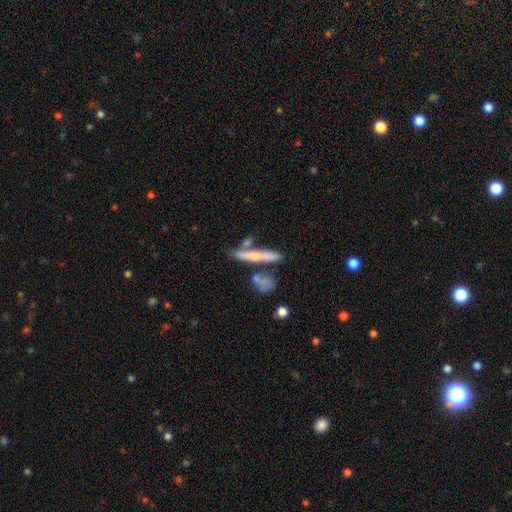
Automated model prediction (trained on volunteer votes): A smooth galaxy with no disk features (51%) that is cigar-shaped (89%).

Vote fractions:
- Smooth or featured? smooth: 51% / featured or disk: 41% / star or artifact: 8%
- How rounded? cigar-shaped: 89% / in between: 8% / round: 3%
- Merging? none: 62% / merger: 18% / minor disturbance: 14% / major disturbance: 5%